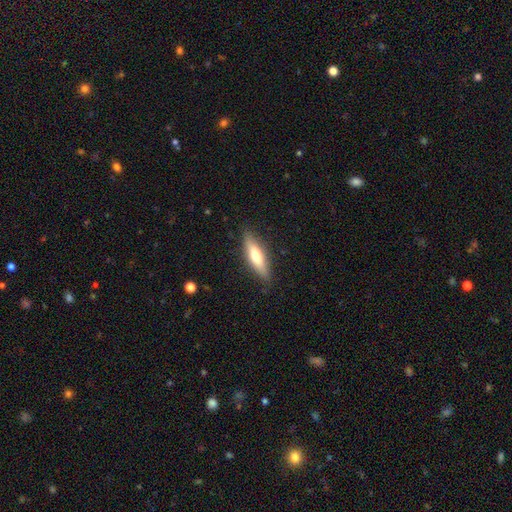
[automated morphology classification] A smooth galaxy with no disk features (57%) that is cigar-shaped (64%).

Vote fractions:
- Smooth or featured? smooth: 57% / featured or disk: 37% / star or artifact: 6%
- How rounded? cigar-shaped: 64% / in between: 34% / round: 2%
- Merging? none: 85% / minor disturbance: 11% / major disturbance: 2% / merger: 1%